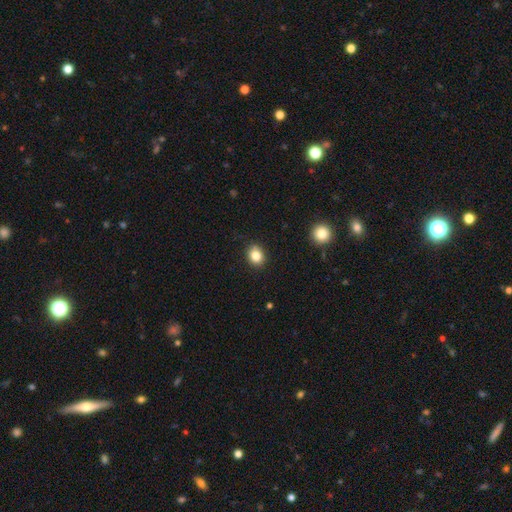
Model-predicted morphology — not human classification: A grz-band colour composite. It shows a smooth galaxy with no disk features (83%) that is round (58%). Merging: none (87%).